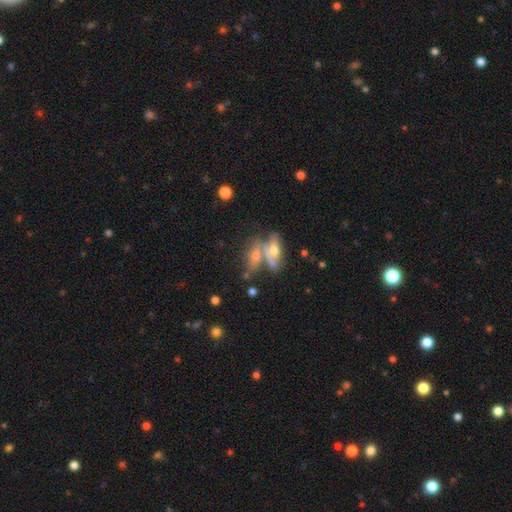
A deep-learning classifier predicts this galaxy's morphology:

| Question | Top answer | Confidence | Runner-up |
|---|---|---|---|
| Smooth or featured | smooth | 58% | featured or disk (31%) |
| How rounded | in between | 63% | cigar-shaped (28%) |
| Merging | merger | 46% | none (37%) |